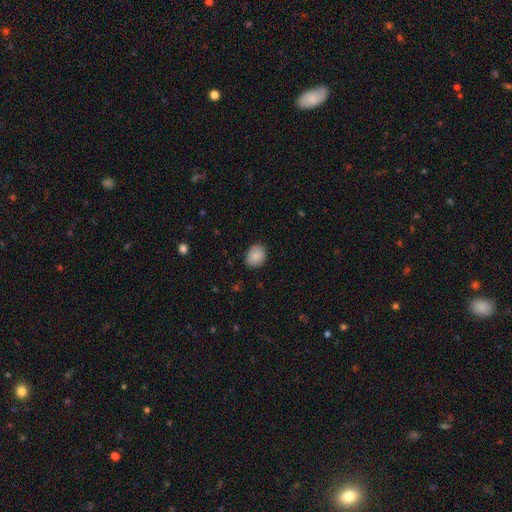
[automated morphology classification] type=smooth (87%); roundness=in between (55%); merging=none (83%).